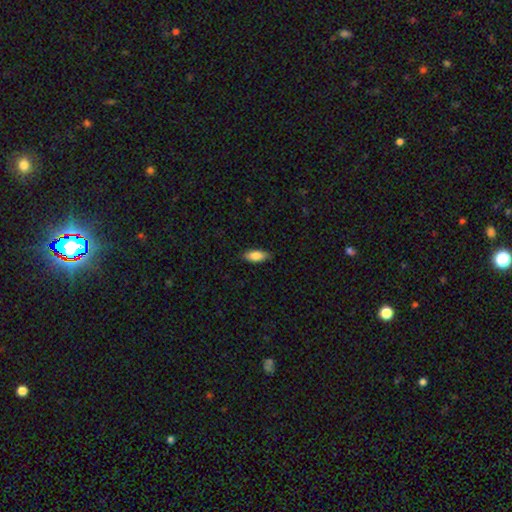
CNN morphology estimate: Q: Smooth or featured?
A: smooth (83%); runner-up: featured or disk (10%)
Q: How rounded?
A: in between (85%); runner-up: cigar-shaped (13%)
Q: Merging?
A: none (85%); runner-up: minor disturbance (12%)